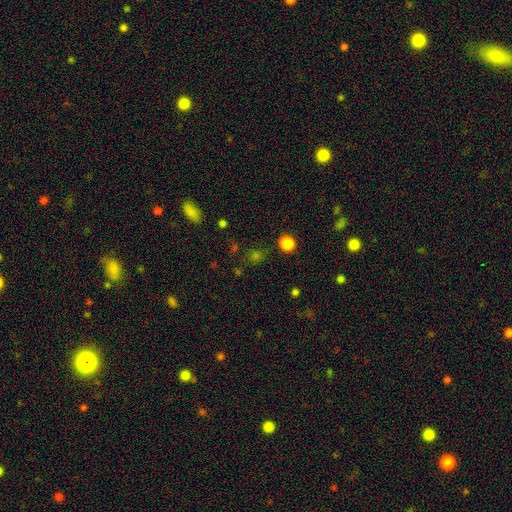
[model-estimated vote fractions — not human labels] Smooth or featured? smooth (64%)
How rounded? round (71%)
Merging? none (81%)